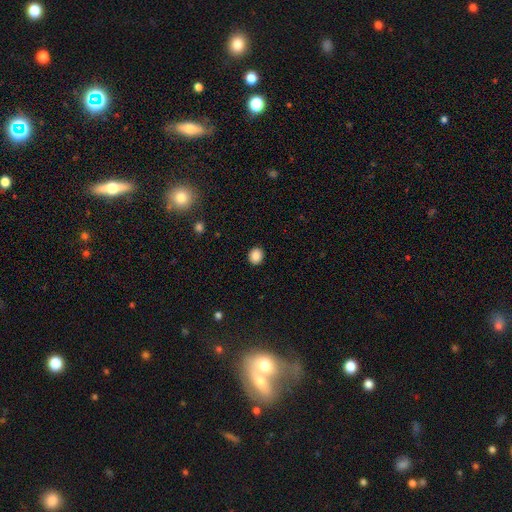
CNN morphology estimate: This is clearly a smooth galaxy (88%). How rounded: likely round (75%). Merging: clearly none (91%).